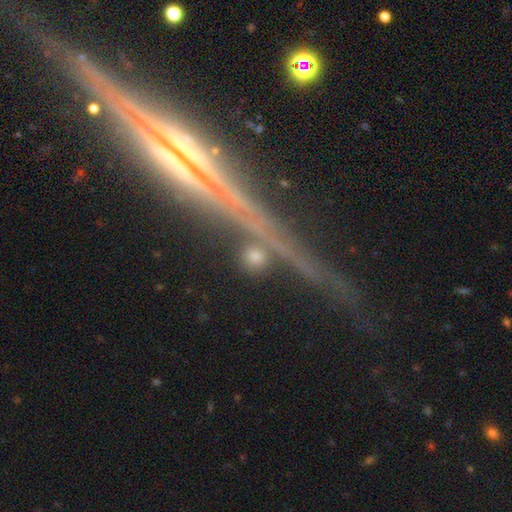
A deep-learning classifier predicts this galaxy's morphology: Smooth or featured? Predicted: star or artifact (p=0.42).